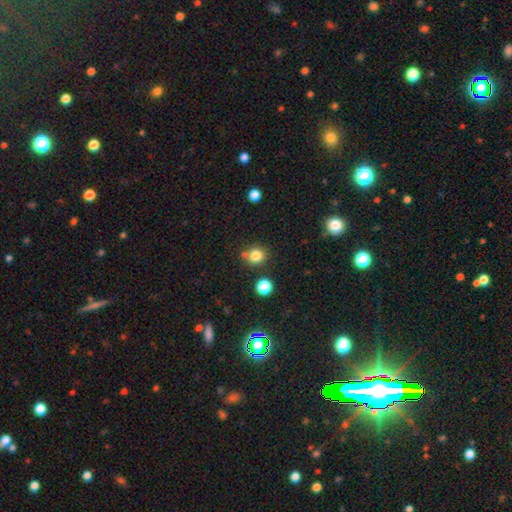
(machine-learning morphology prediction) A smooth galaxy with no disk features (81%) that is round (84%).

Vote fractions:
- Smooth or featured? smooth: 81% / star or artifact: 13% / featured or disk: 6%
- How rounded? round: 84% / in between: 15% / cigar-shaped: 1%
- Merging? none: 73% / merger: 12% / minor disturbance: 11% / major disturbance: 3%